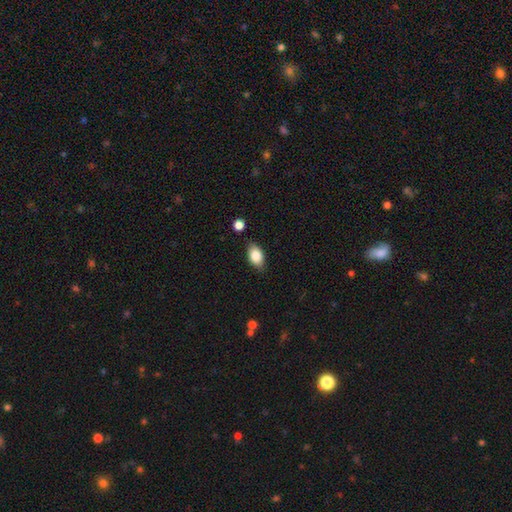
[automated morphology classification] Smooth or featured: smooth — 81% (featured or disk — 11%)
How rounded: in between — 87% (round — 10%)
Merging: none — 79% (minor disturbance — 15%)